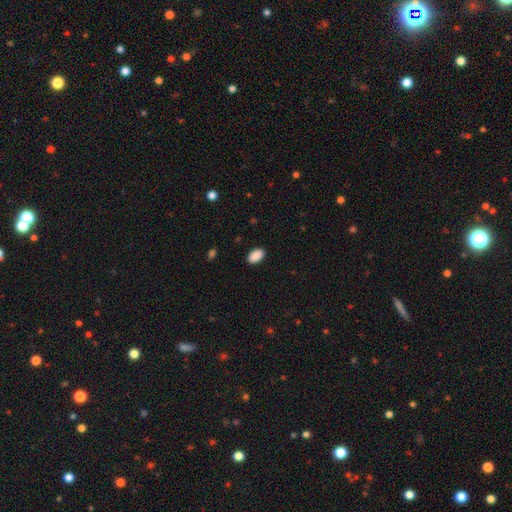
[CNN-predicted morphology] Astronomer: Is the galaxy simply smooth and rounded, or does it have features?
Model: smooth — 90%.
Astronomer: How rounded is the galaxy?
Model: in between — 92%.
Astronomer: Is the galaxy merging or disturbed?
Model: none — 89%.